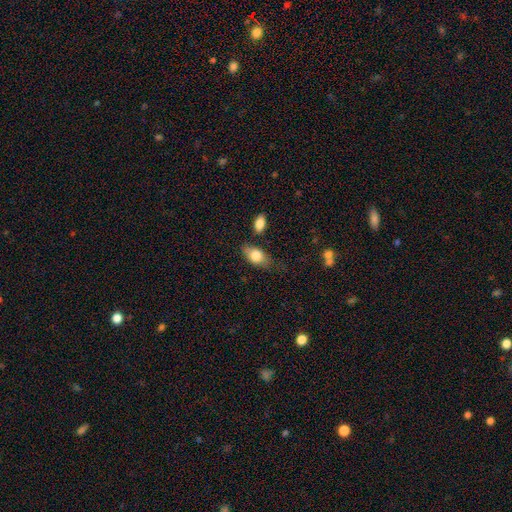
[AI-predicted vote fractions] Q: Smooth or featured?
A: smooth (79%); runner-up: featured or disk (15%)
Q: How rounded?
A: in between (87%); runner-up: round (9%)
Q: Merging?
A: none (59%); runner-up: minor disturbance (25%)